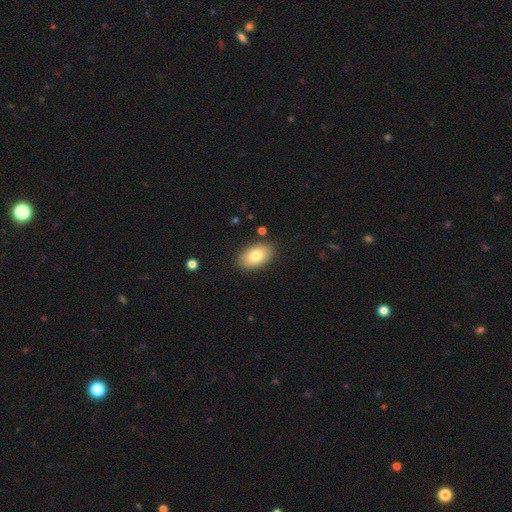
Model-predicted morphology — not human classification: Overall: smooth (79%). How rounded: in between (91%). Merging: none (87%).